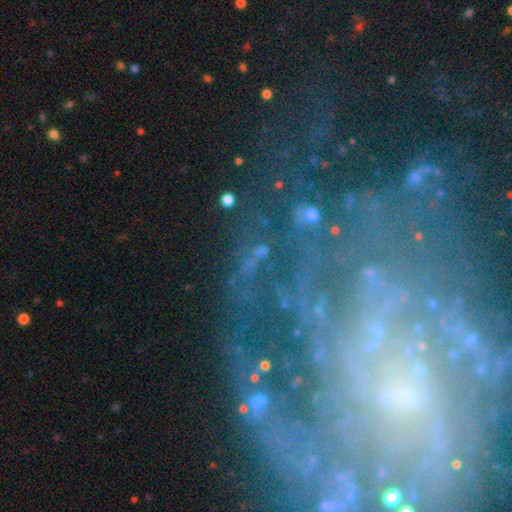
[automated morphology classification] Overall: featured or disk (53%; star or artifact 31%). Edge-on disk: no (93%). Merging: none (65%).